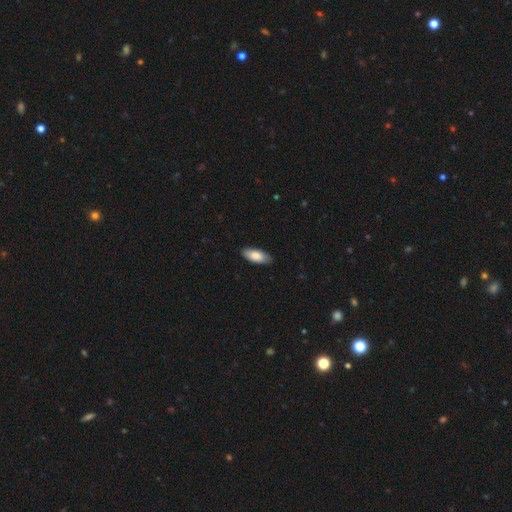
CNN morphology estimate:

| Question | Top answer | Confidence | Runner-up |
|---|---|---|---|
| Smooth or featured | smooth | 83% | featured or disk (12%) |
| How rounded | in between | 83% | cigar-shaped (15%) |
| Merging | none | 86% | minor disturbance (11%) |